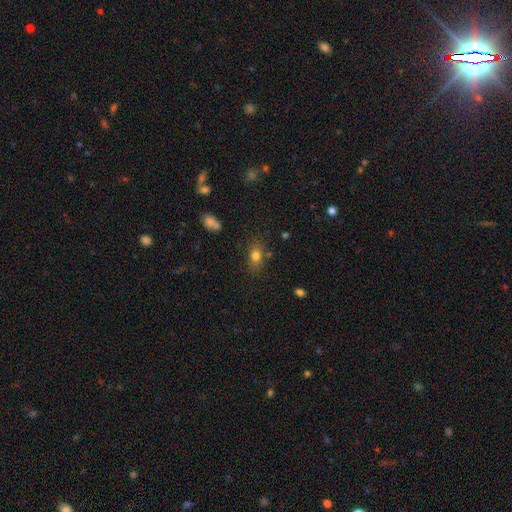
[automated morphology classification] The model was most divided on "how rounded": in between: 74%, round: 20%, cigar-shaped: 6%. More confident: smooth or featured — smooth (75%); merging — none (75%).